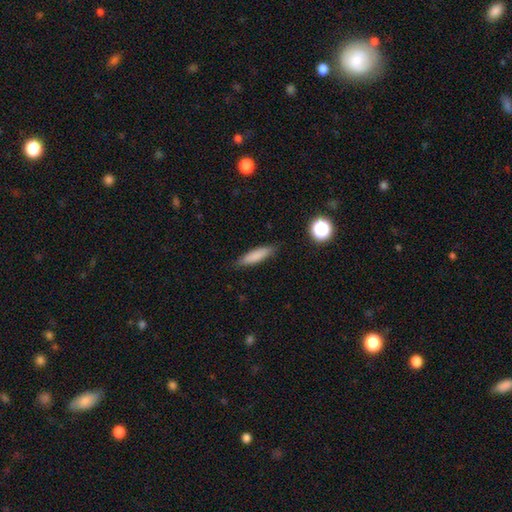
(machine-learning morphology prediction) smooth-or-featured: smooth: 82% | featured or disk: 11% | star or artifact: 8%
  how-rounded: cigar-shaped: 71% | in between: 27% | round: 2%
  merging: none: 84% | minor disturbance: 12% | major disturbance: 2% | merger: 1%